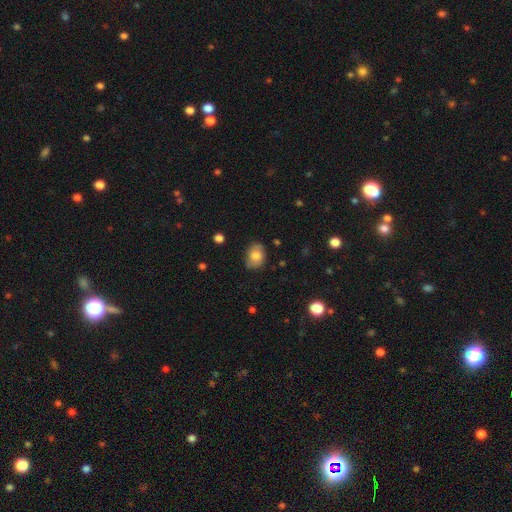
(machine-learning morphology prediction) Smooth or featured: smooth — 75% (featured or disk — 17%)
How rounded: in between — 67% (round — 32%)
Merging: none — 75% (minor disturbance — 20%)